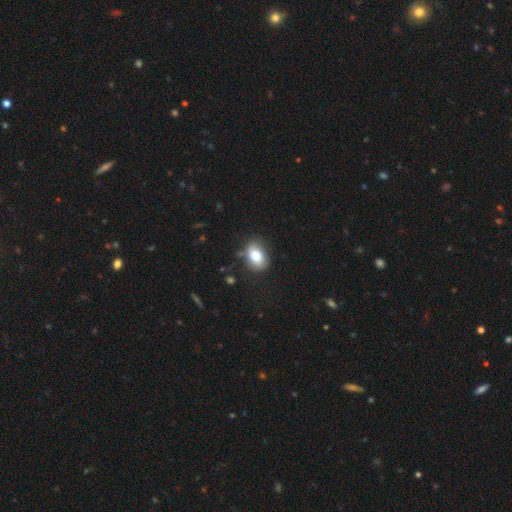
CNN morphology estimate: Q: Smooth or featured?
A: smooth (79%); runner-up: featured or disk (13%)
Q: How rounded?
A: in between (78%); runner-up: round (21%)
Q: Merging?
A: none (74%); runner-up: minor disturbance (18%)